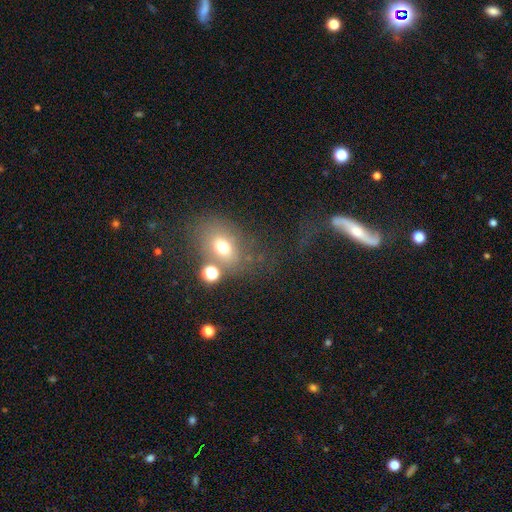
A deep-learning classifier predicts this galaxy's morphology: A smooth galaxy with no disk features (53%) that is in between round and cigar-shaped (48%, tied with round).

Vote fractions:
- Smooth or featured? smooth: 53% / star or artifact: 26% / featured or disk: 22%
- How rounded? in between: 48% (tied) / round: 48% (tied) / cigar-shaped: 4%
- Merging? none: 41% / merger: 30% / major disturbance: 15% / minor disturbance: 14%